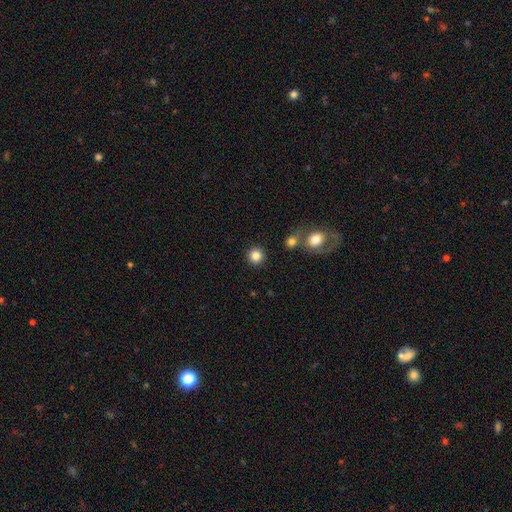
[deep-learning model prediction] This appears to be a smooth galaxy with no disk features (84%) that is round (94%). Merging: none (88%).